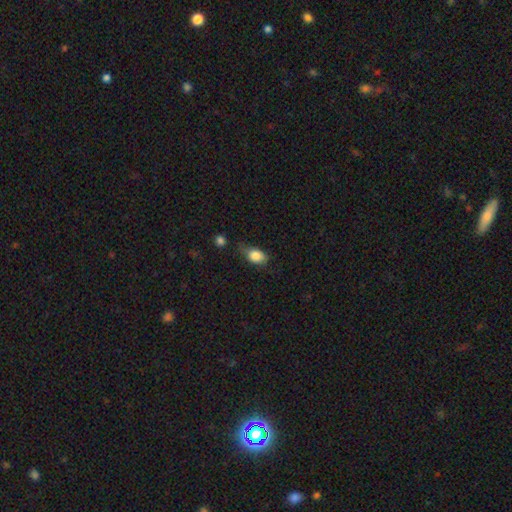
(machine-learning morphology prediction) A smooth galaxy with no disk features (84%) that is in between round and cigar-shaped (81%). Merging: none (45%).